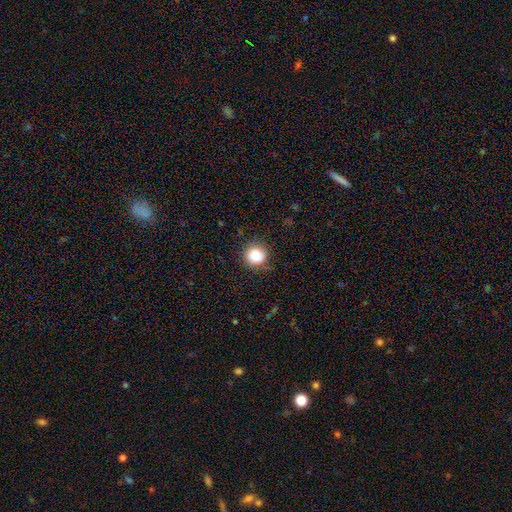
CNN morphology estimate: The model was most divided on "merging": none: 85%, minor disturbance: 11%, major disturbance: 3%, merger: 1%. More confident: how rounded — round (92%); smooth or featured — smooth (86%).